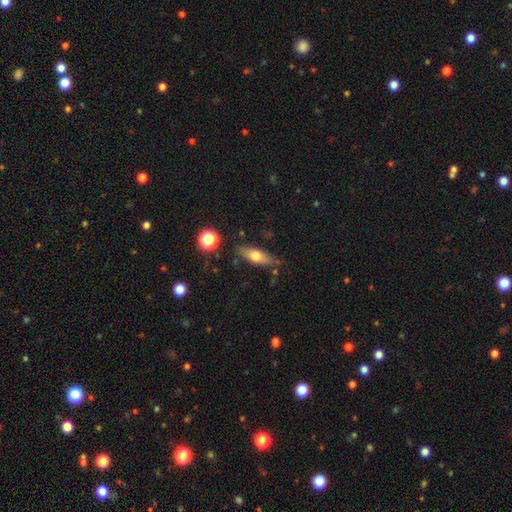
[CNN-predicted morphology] Smooth or featured? Predicted: smooth (p=0.57). How rounded? Predicted: in between (p=0.52). Merging? Predicted: none (p=0.76).